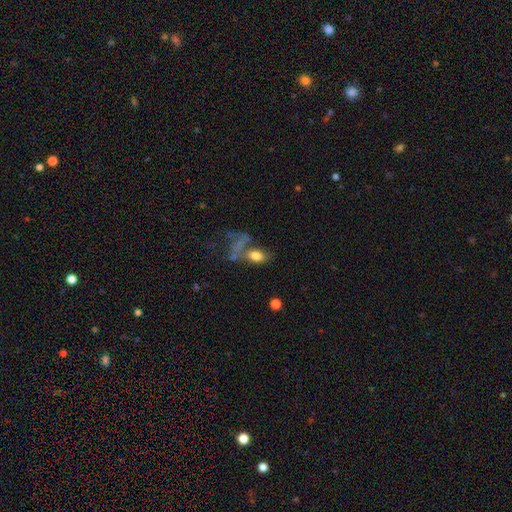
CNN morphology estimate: The model was most divided on "merging": none: 36%, merger: 26%, major disturbance: 22%, minor disturbance: 16%. More confident: how rounded — in between (87%); smooth or featured — smooth (71%).